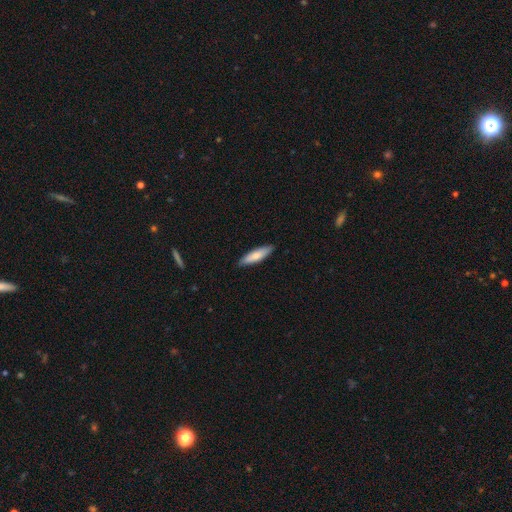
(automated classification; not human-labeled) Smooth or featured: smooth — 78% (featured or disk — 17%)
How rounded: cigar-shaped — 69% (in between — 30%)
Merging: none — 89% (minor disturbance — 9%)